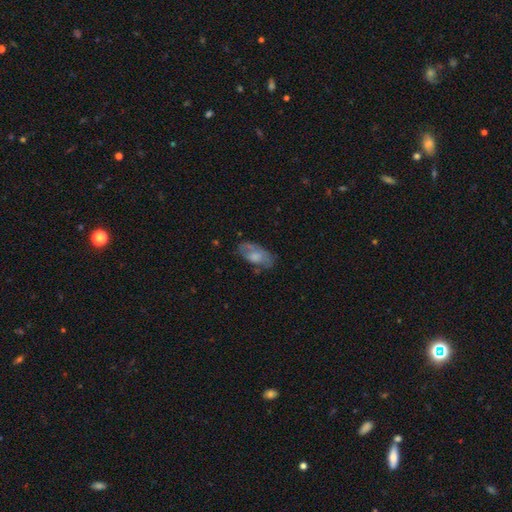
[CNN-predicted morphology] Overall: smooth (61%; featured or disk 32%). How rounded: in between (91%). Merging: none (59%; minor disturbance 27%).